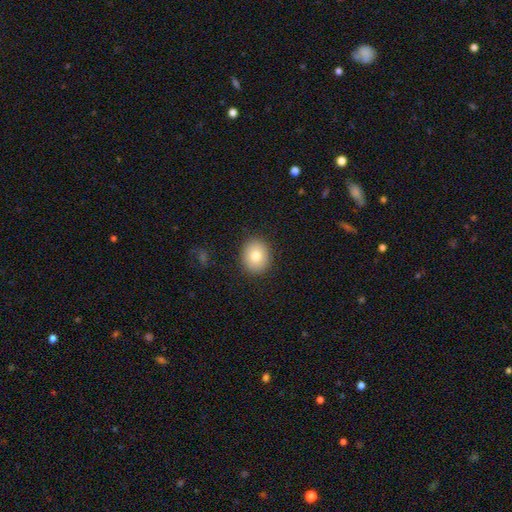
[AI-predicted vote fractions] smooth 79%, featured or disk 12%, star or artifact 9%. Down the decision tree: how rounded — round (77%); merging — none (90%).